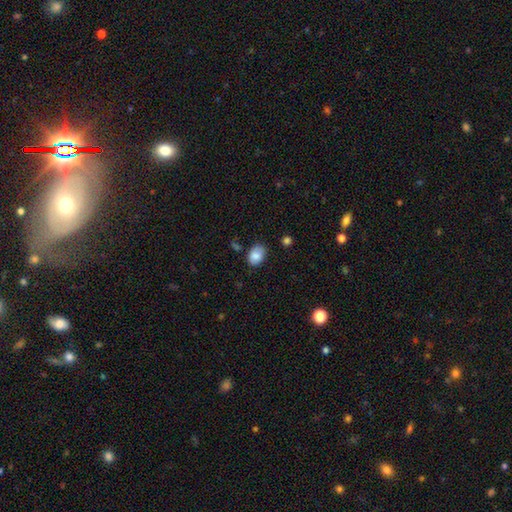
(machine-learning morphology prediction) smooth-or-featured: smooth: 84% | featured or disk: 8% | star or artifact: 8%
  how-rounded: in between: 80% | round: 19% | cigar-shaped: 1%
  merging: none: 73% | minor disturbance: 20% | major disturbance: 4% | merger: 3%